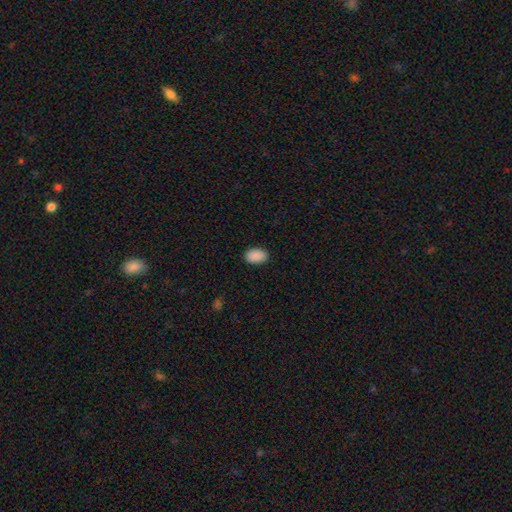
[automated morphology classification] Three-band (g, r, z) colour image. It shows a smooth galaxy with no disk features (91%) that is in between round and cigar-shaped (91%). Merging: none (89%).